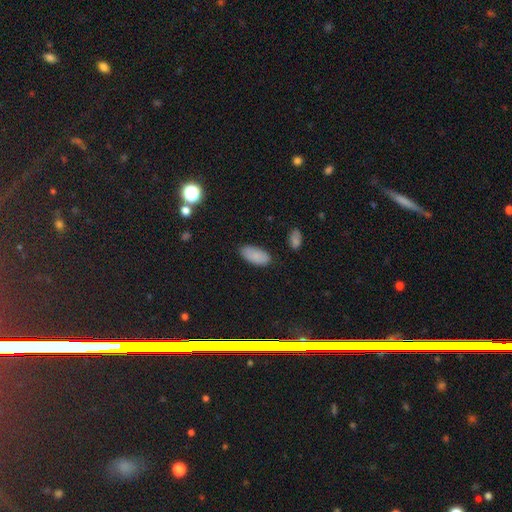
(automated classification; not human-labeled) smooth_or_featured: smooth (p=0.85) [alt: star or artifact p=0.08]
how_rounded: in between (p=0.94) [alt: cigar-shaped p=0.04]
merging: none (p=0.82) [alt: minor disturbance p=0.13]